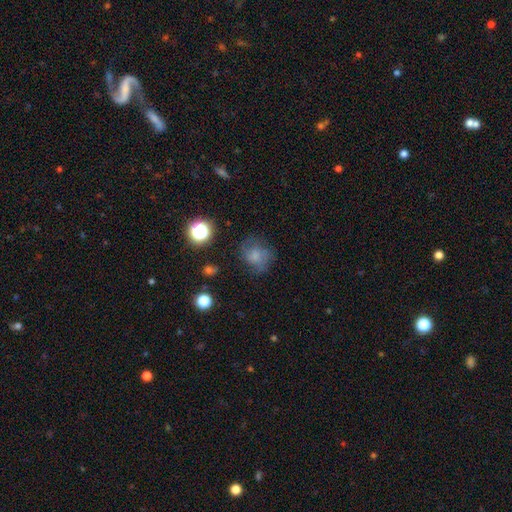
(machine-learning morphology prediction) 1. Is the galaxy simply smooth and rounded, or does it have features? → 54% smooth, 31% featured or disk, 15% star or artifact.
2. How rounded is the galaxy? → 72% round, 27% in between, 1% cigar-shaped.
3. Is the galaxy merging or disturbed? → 62% none, 22% minor disturbance, 15% major disturbance, 2% merger.